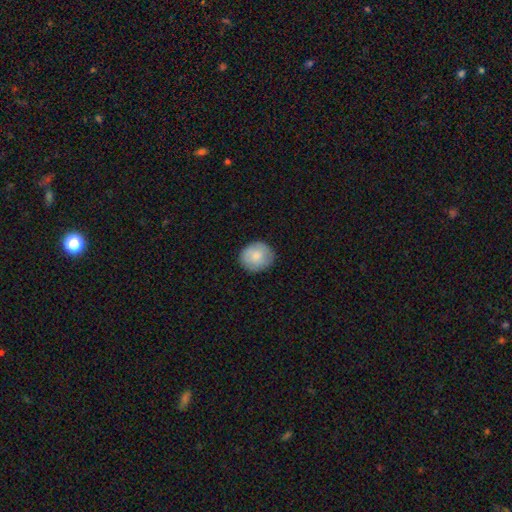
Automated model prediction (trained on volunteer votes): Smooth or featured? Predicted: smooth (p=0.83). How rounded? Predicted: round (p=0.79). Merging? Predicted: none (p=0.85).